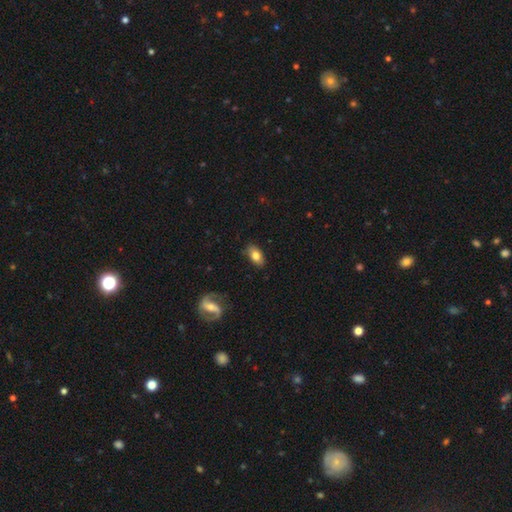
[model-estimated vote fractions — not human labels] smooth 74%, featured or disk 18%, star or artifact 8%. Down the decision tree: how rounded — in between (90%); merging — none (81%).